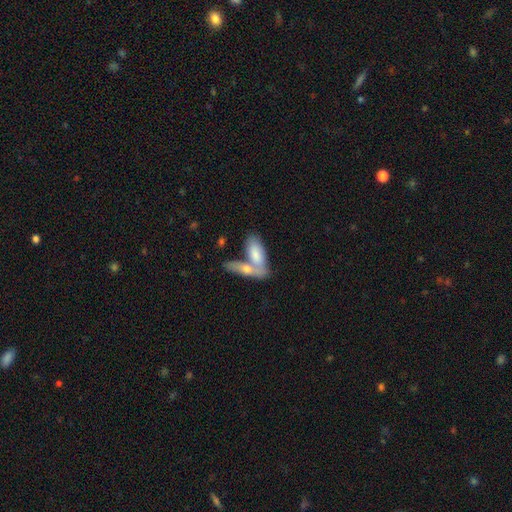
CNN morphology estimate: smooth 74%, featured or disk 21%, star or artifact 5%. Down the decision tree: how rounded — in between (70%); merging — merger (59%).